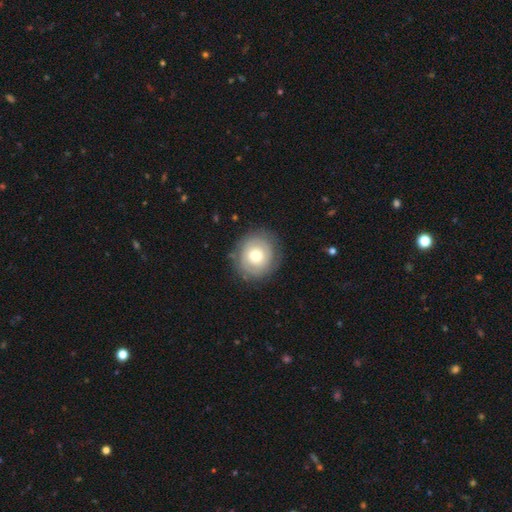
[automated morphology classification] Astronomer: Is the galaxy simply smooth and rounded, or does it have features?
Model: smooth — 53% (runner-up: featured or disk, 39%).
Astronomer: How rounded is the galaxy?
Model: round — 86%.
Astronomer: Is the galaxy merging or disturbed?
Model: none — 81%.